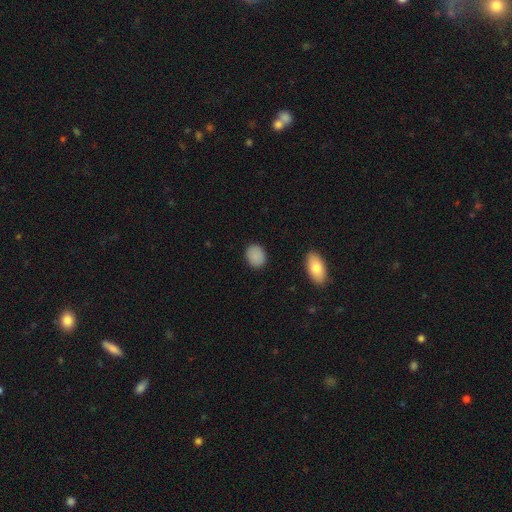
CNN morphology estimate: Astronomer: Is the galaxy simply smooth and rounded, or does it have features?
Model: smooth — 87%.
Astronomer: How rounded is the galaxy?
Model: round — 53% (runner-up: in between, 46%).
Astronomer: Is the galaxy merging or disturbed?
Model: none — 88%.